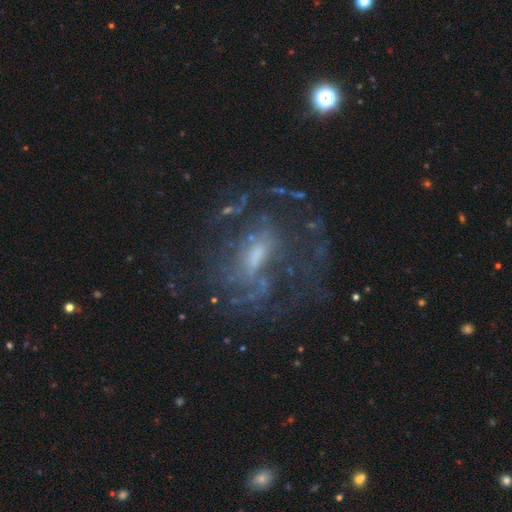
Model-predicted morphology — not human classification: Smooth or featured? Predicted: featured or disk (p=0.79). Edge-on disk? Predicted: no (p=0.95). Bar? Predicted: weak (p=0.47). Spiral arms? Predicted: yes (p=0.78). Spiral winding? Predicted: medium (p=0.41). Spiral arm count? Predicted: can't tell (p=0.46). Bulge size? Predicted: moderate (p=0.40). Merging? Predicted: none (p=0.54).